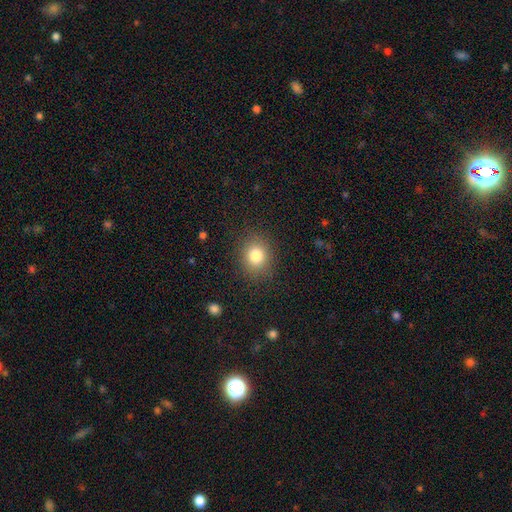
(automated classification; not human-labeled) This is clearly a smooth galaxy (81%). How rounded: likely round (69%). Merging: clearly none (86%).